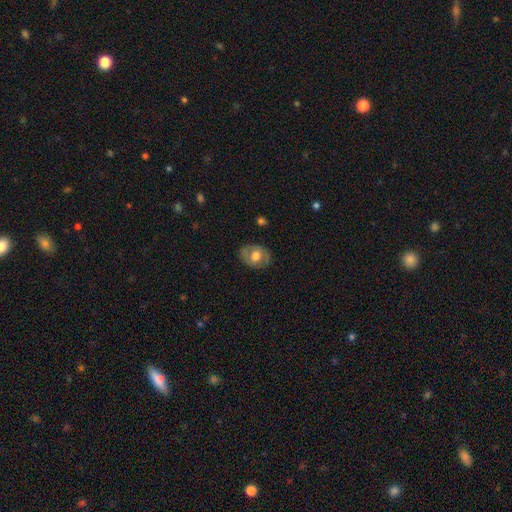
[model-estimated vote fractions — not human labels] Morphology: type=smooth (50%); roundness=in between (57%); merging=none (80%).